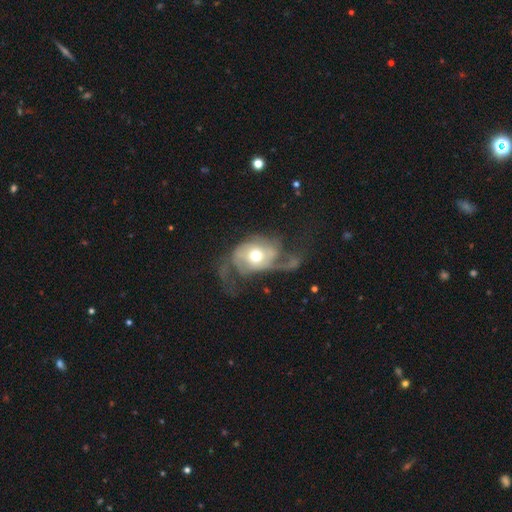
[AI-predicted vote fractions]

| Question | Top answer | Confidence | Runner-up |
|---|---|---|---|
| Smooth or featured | featured or disk | 67% | smooth (26%) |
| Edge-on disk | no | 96% | yes (4%) |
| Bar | no | 76% | weak (18%) |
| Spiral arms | yes | 71% | no (29%) |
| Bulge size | moderate | 67% | small (19%) |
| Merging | major disturbance | 52% | none (27%) |